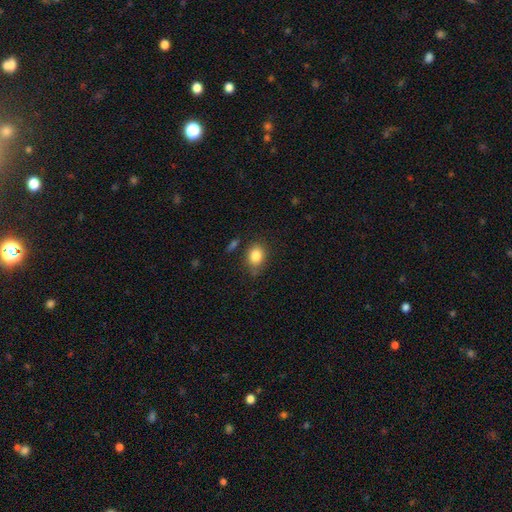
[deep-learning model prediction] The model was most divided on "how rounded": in between: 55%, round: 44%, cigar-shaped: 1%. More confident: smooth or featured — smooth (84%); merging — none (74%).